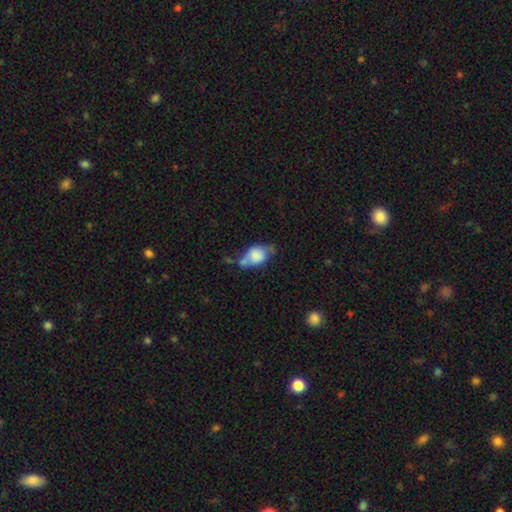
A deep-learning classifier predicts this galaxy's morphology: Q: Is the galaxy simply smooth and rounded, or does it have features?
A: smooth — 64%.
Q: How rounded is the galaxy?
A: in between — 77%.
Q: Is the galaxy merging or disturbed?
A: minor disturbance — 28%.